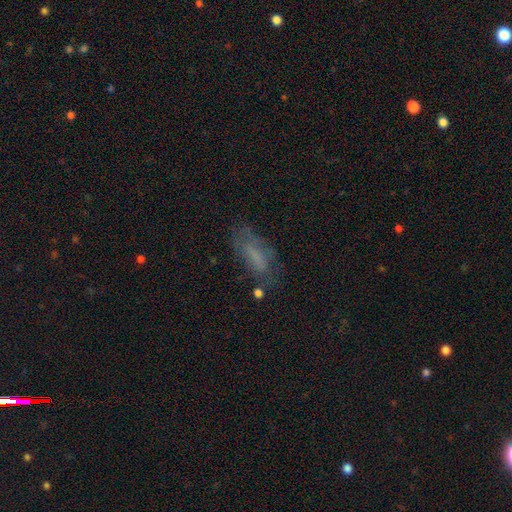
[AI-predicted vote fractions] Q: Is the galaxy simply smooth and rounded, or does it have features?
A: smooth — 60%.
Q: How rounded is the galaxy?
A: in between — 69%.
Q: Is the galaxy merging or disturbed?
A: none — 59%.